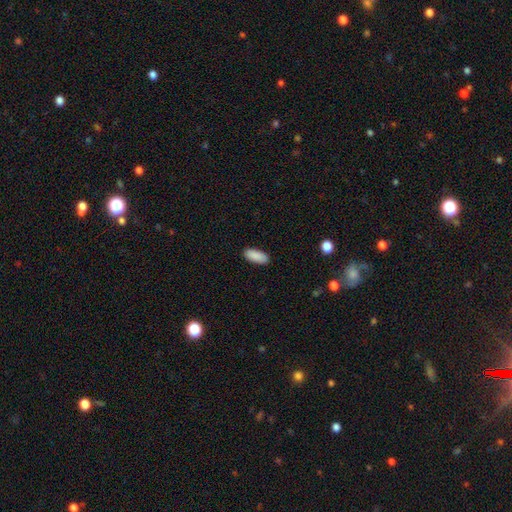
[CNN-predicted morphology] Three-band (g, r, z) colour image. It shows a smooth galaxy with no disk features (90%) that is in between round and cigar-shaped (85%). Merging: none (89%).